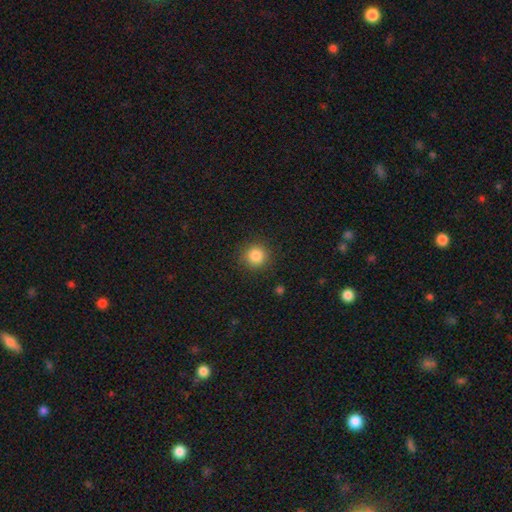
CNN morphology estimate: This appears to be a smooth galaxy with no disk features (85%) that is round (94%). Merging: none (90%).